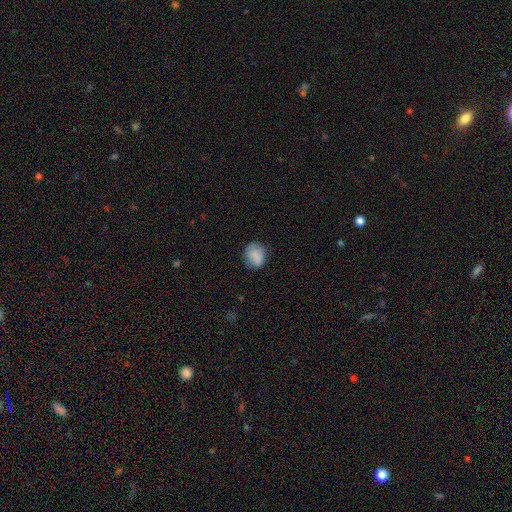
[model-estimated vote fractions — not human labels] Q: Smooth or featured?
A: smooth (82%); runner-up: featured or disk (9%)
Q: How rounded?
A: round (61%); runner-up: in between (38%)
Q: Merging?
A: none (73%); runner-up: minor disturbance (20%)